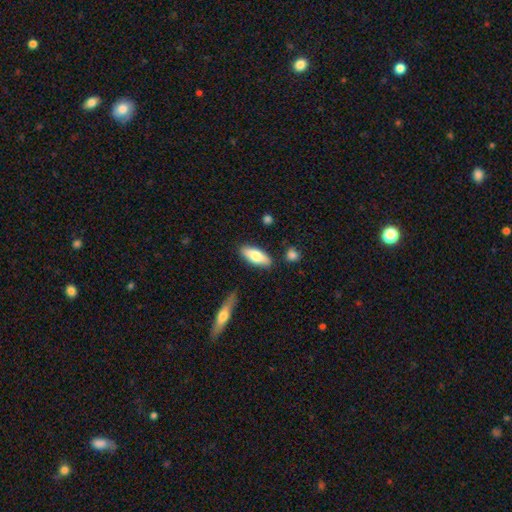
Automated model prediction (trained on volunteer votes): Smooth or featured? smooth (72%)
How rounded? in between (71%)
Merging? none (81%)